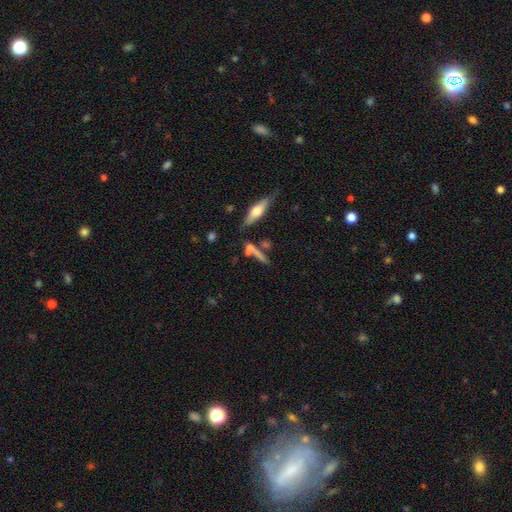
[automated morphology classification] smooth 57%, featured or disk 31%, star or artifact 13%. Down the decision tree: how rounded — cigar-shaped (72%); merging — none (55%).